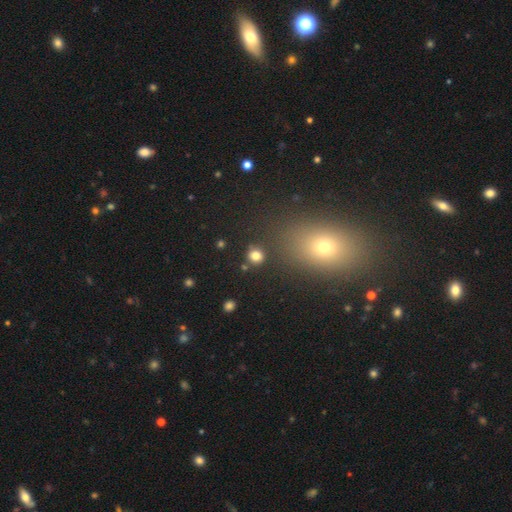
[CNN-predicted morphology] Smooth or featured: smooth — 80% (star or artifact — 14%)
How rounded: round — 86% (in between — 13%)
Merging: none — 85% (minor disturbance — 7%)